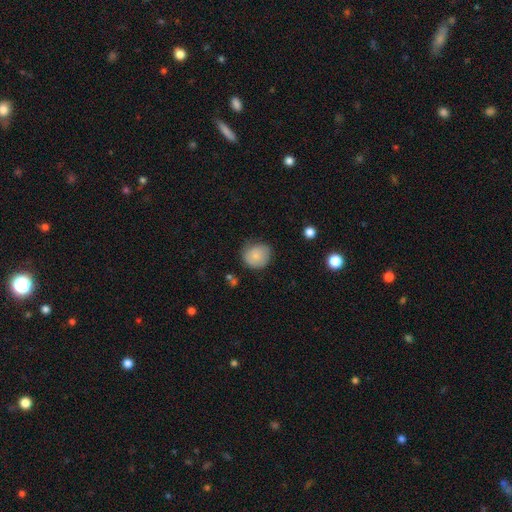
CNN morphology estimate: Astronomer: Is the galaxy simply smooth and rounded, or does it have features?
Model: smooth — 80%.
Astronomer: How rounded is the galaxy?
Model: round — 82%.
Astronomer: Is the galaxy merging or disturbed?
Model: none — 64%.